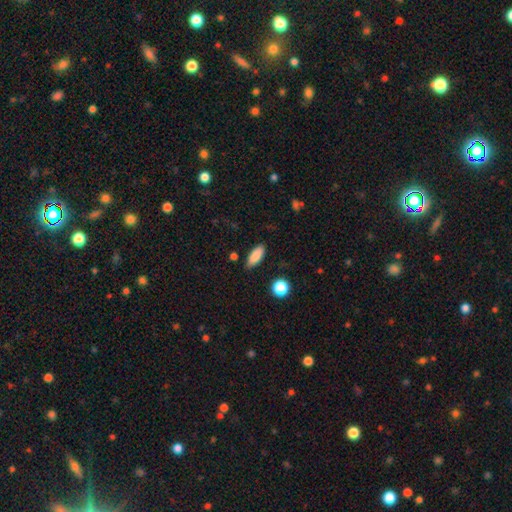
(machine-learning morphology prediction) Q: Smooth or featured?
A: smooth (86%); runner-up: star or artifact (8%)
Q: How rounded?
A: in between (74%); runner-up: cigar-shaped (23%)
Q: Merging?
A: none (85%); runner-up: minor disturbance (11%)